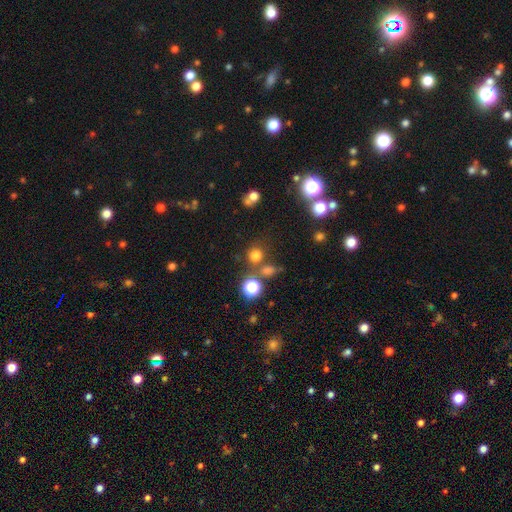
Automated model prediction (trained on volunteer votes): smooth-or-featured: smooth: 71% | star or artifact: 22% | featured or disk: 6%
  how-rounded: round: 85% | in between: 14% | cigar-shaped: 1%
  merging: none: 68% | merger: 17% | minor disturbance: 10% | major disturbance: 5%